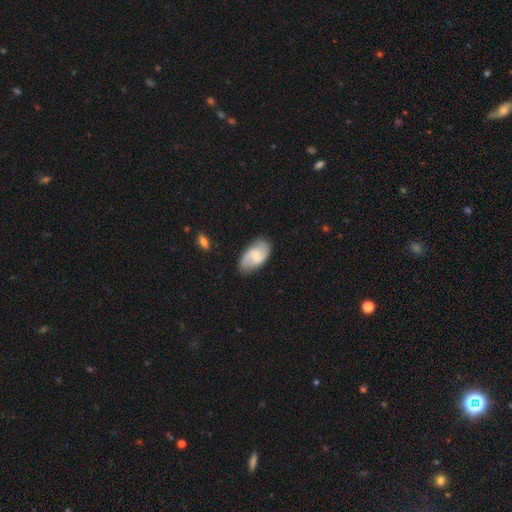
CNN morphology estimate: type=featured or disk (59%); edge-on=no (96%); bar=weak (48%); spiral arms=yes (91%); winding=medium (42%); arm count=2 (85%); bulge=small (53%); merging=none (75%).